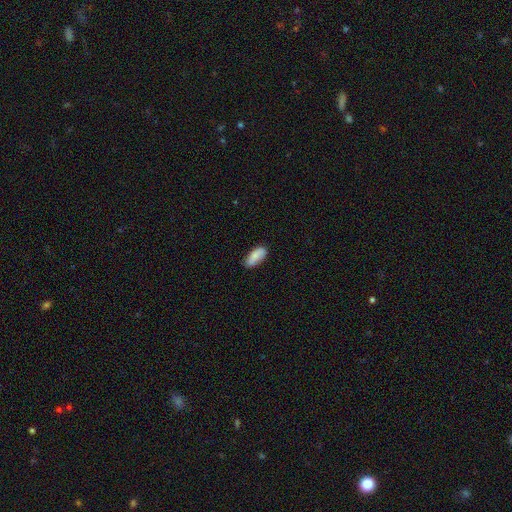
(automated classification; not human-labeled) smooth-or-featured: smooth: 84% | featured or disk: 10% | star or artifact: 6%
  how-rounded: in between: 83% | cigar-shaped: 14% | round: 2%
  merging: none: 78% | minor disturbance: 18% | major disturbance: 3% | merger: 1%